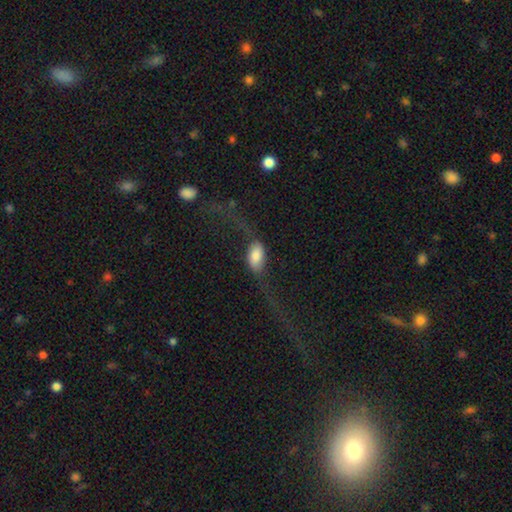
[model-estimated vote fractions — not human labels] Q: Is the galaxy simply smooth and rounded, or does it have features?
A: smooth — 66%.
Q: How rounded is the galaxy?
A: in between — 91%.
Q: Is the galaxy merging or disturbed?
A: major disturbance — 42%.